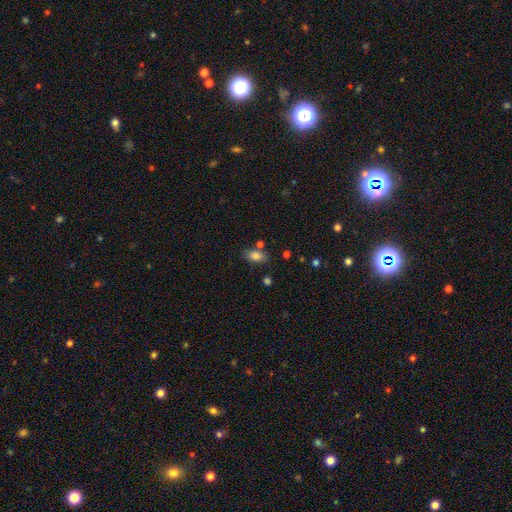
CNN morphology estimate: smooth 83%, star or artifact 9%, featured or disk 8%. Down the decision tree: how rounded — in between (87%); merging — none (73%).